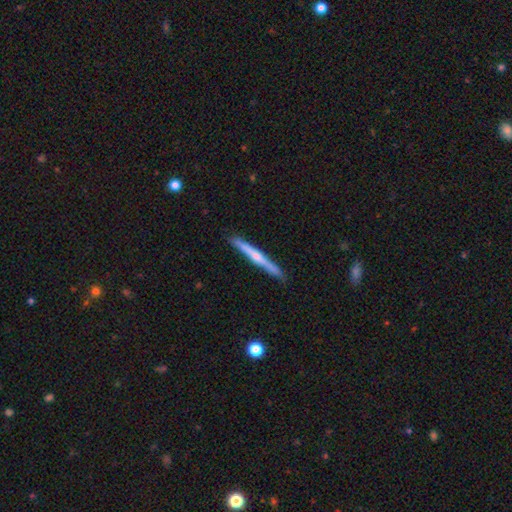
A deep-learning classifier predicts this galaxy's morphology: Overall: featured or disk (66%; smooth 29%). Edge-on disk: yes (98%). Edge-on bulge: rounded (76%). Merging: none (90%).